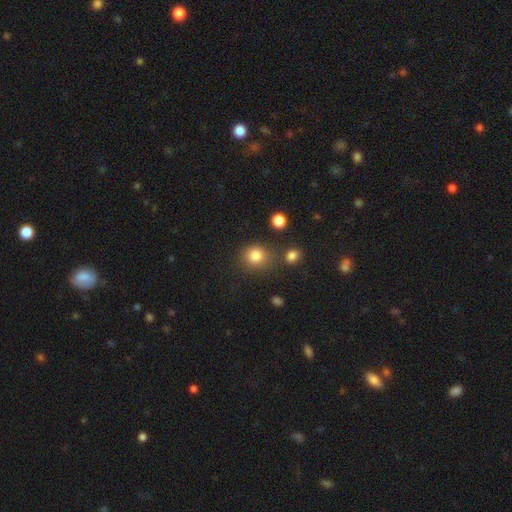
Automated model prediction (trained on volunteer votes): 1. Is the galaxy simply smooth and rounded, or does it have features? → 82% smooth, 12% star or artifact, 6% featured or disk.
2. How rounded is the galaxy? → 82% round, 17% in between, 1% cigar-shaped.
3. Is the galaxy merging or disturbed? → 72% none, 13% minor disturbance, 10% merger, 5% major disturbance.